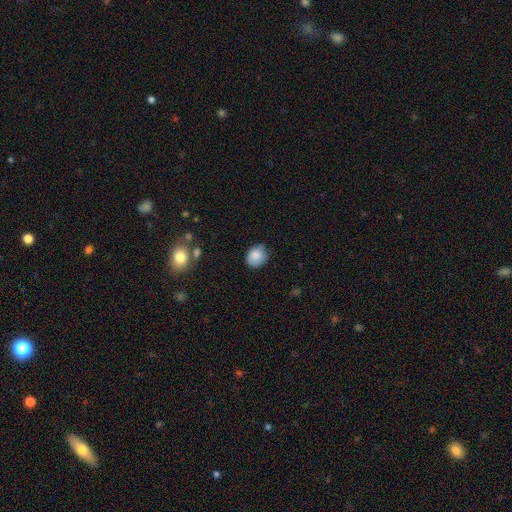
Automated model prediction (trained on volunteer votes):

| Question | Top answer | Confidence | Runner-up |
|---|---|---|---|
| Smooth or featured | smooth | 83% | featured or disk (8%) |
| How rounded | round | 70% | in between (29%) |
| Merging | none | 67% | minor disturbance (26%) |